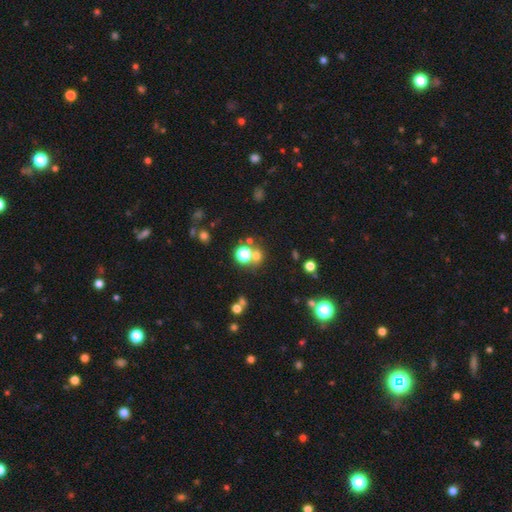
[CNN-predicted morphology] This is possibly a smooth galaxy (58%). How rounded: clearly round (80%). Merging: likely none (61%).